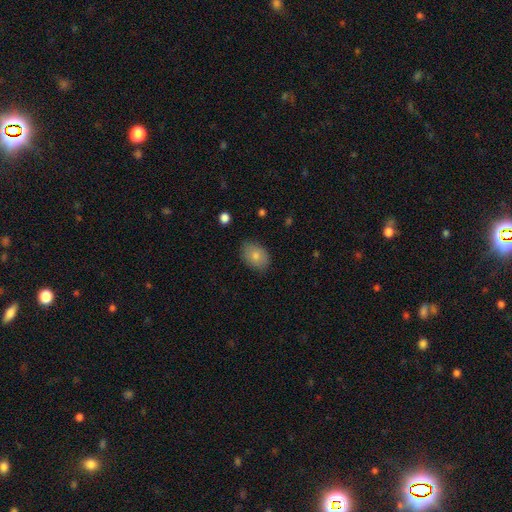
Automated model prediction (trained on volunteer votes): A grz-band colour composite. It shows a smooth galaxy with no disk features (80%) that is in between round and cigar-shaped (80%). Merging: none (80%).